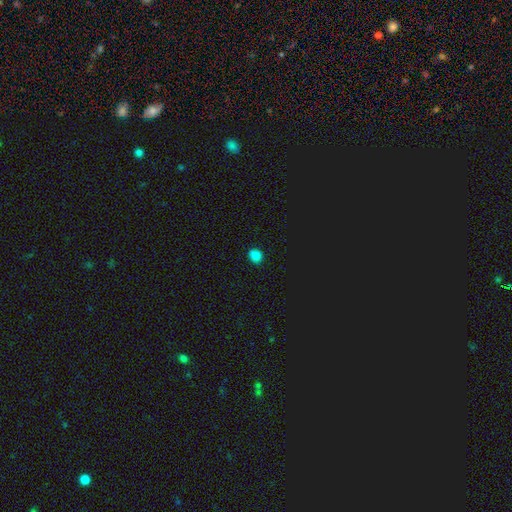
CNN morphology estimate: Smooth or featured: smooth — 78% (star or artifact — 19%)
How rounded: round — 67% (in between — 32%)
Merging: none — 84% (minor disturbance — 12%)